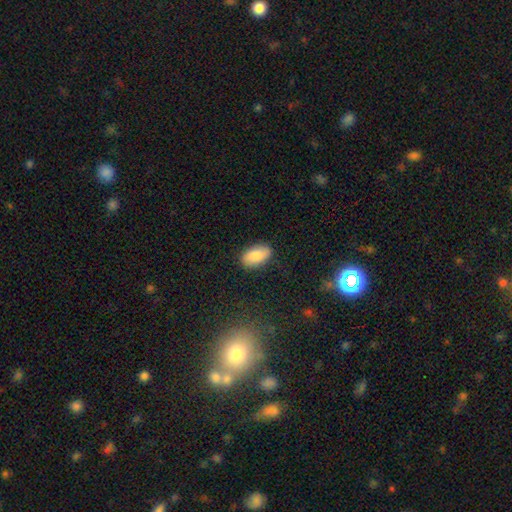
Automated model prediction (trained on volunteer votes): smooth_or_featured: smooth (p=0.85) [alt: featured or disk p=0.08]
how_rounded: in between (p=0.93) [alt: round p=0.05]
merging: none (p=0.84) [alt: minor disturbance p=0.12]